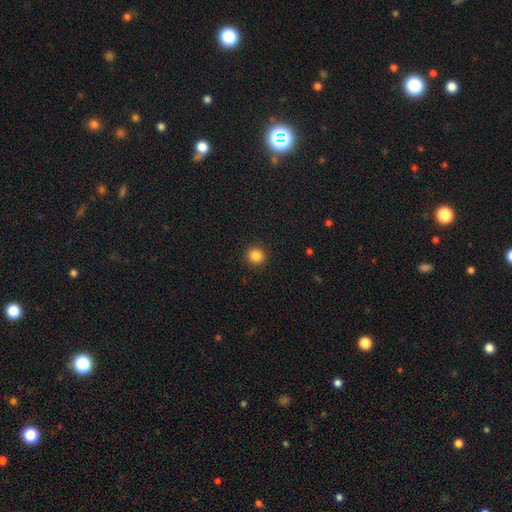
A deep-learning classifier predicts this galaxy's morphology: Overall: smooth (85%). How rounded: round (91%). Merging: none (91%).